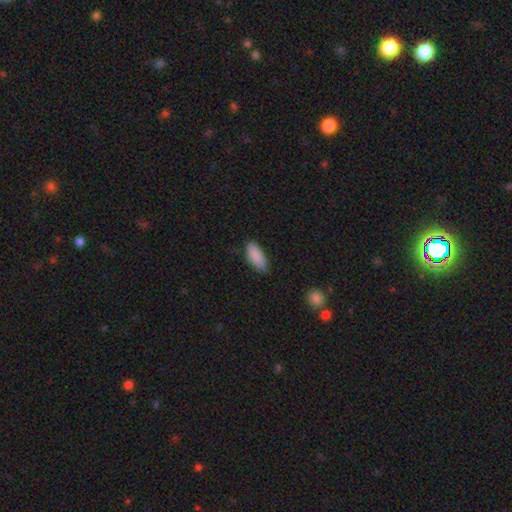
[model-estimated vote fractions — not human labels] A smooth galaxy with no disk features (89%) that is in between round and cigar-shaped (82%). Merging: none (83%).